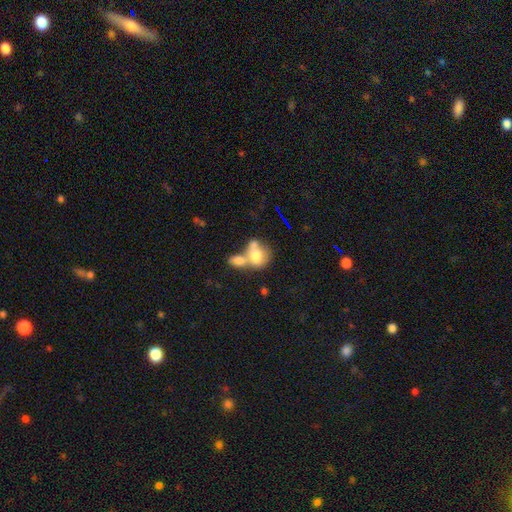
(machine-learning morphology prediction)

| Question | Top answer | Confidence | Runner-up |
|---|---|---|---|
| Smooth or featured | smooth | 69% | featured or disk (23%) |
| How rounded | in between | 54% | round (44%) |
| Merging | merger | 66% | none (20%) |